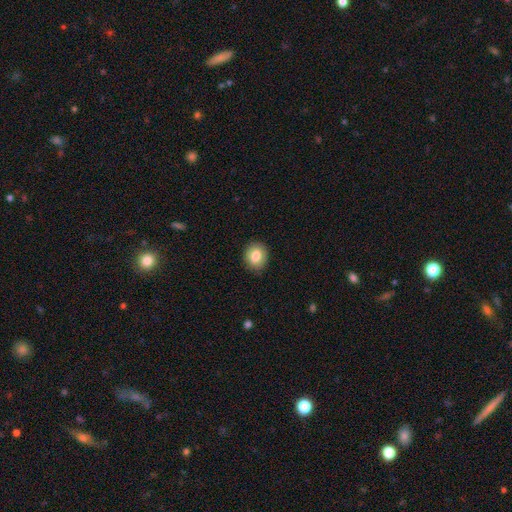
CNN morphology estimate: Smooth or featured? Predicted: smooth (p=0.82). How rounded? Predicted: round (p=0.64). Merging? Predicted: none (p=0.88).